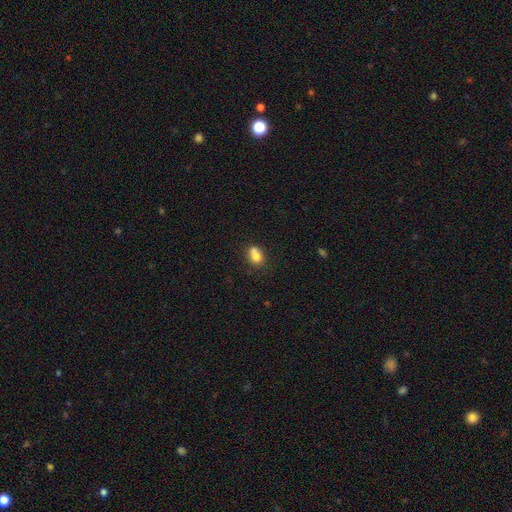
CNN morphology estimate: Smooth or featured?
  - smooth: 75% *
  - featured or disk: 14%
  - star or artifact: 10%
How rounded?
  - in between: 60% *
  - round: 39%
  - cigar-shaped: 2%
Merging?
  - none: 41% *
  - merger: 37%
  - minor disturbance: 16%
  - major disturbance: 6%